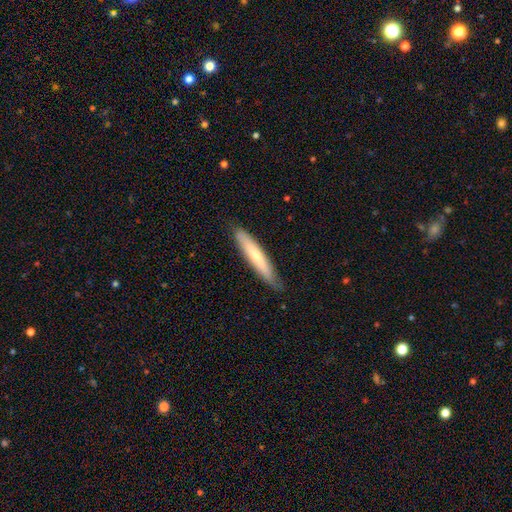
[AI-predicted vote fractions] Smooth or featured? smooth (64%)
How rounded? cigar-shaped (91%)
Merging? none (84%)